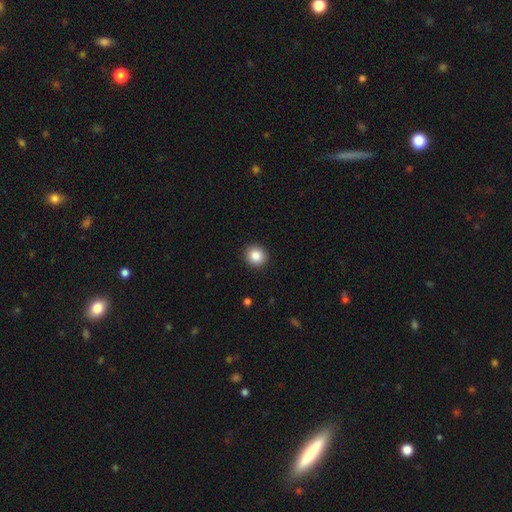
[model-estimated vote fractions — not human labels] A smooth galaxy with no disk features (86%) that is round (88%). Merging: none (92%).